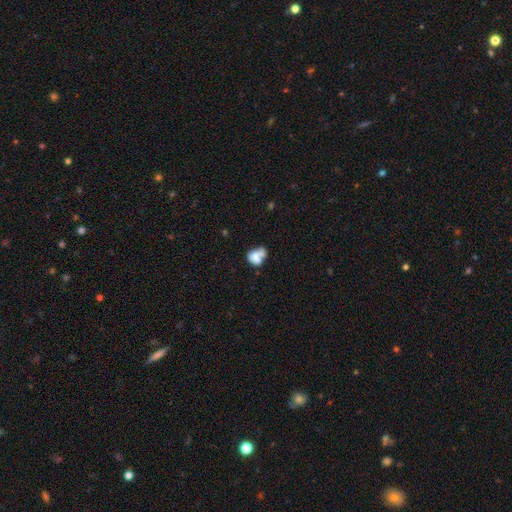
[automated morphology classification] Q: Smooth or featured?
A: smooth (69%); runner-up: featured or disk (21%)
Q: How rounded?
A: in between (59%); runner-up: round (40%)
Q: Merging?
A: merger (47%); runner-up: none (25%)